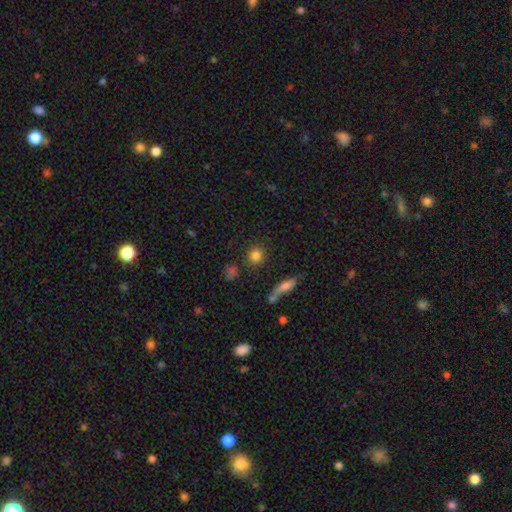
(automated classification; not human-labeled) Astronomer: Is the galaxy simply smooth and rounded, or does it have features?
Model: smooth — 83%.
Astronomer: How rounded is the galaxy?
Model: round — 83%.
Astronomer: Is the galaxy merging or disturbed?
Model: none — 84%.